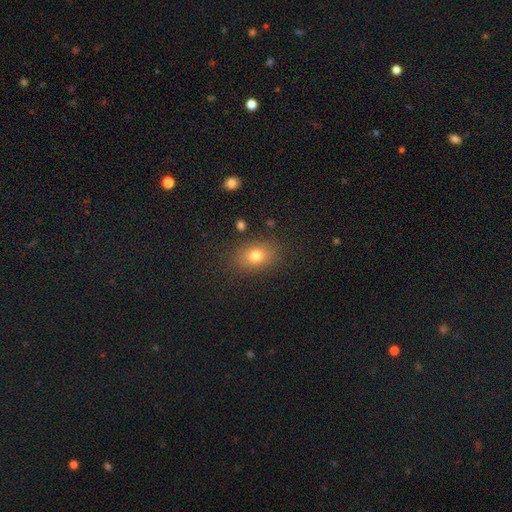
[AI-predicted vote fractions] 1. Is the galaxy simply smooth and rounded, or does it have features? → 77% smooth, 12% star or artifact, 11% featured or disk.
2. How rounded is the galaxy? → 70% in between, 29% round, 1% cigar-shaped.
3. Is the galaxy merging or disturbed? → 84% none, 10% minor disturbance, 4% major disturbance, 2% merger.